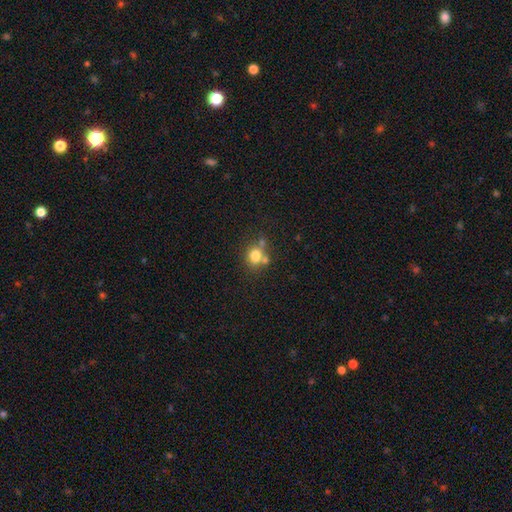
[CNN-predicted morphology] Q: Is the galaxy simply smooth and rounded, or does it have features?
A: smooth — 76%.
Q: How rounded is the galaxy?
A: round — 68%.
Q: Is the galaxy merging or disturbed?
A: none — 51%.